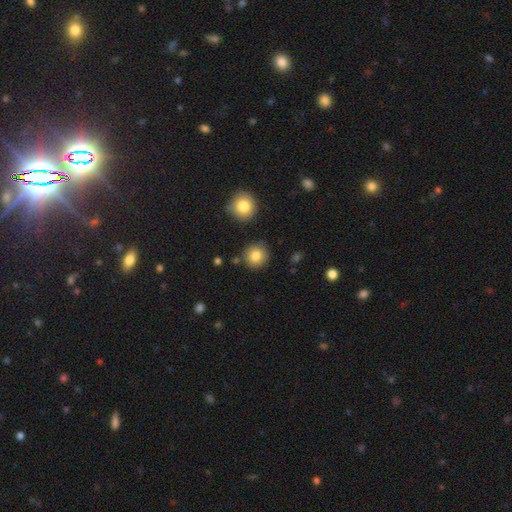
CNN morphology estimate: smooth-or-featured: smooth: 83% | star or artifact: 9% | featured or disk: 8%
  how-rounded: round: 92% | in between: 8% | cigar-shaped: 1%
  merging: none: 85% | minor disturbance: 9% | merger: 4% | major disturbance: 2%